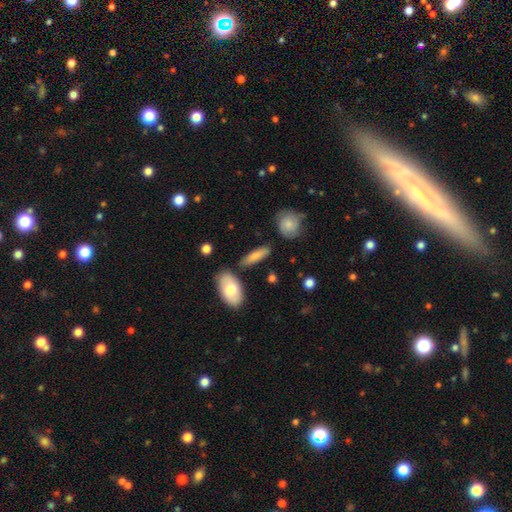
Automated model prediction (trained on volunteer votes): smooth-or-featured: smooth: 77% | featured or disk: 17% | star or artifact: 6%
  how-rounded: cigar-shaped: 52% | in between: 44% | round: 3%
  merging: none: 81% | minor disturbance: 11% | merger: 5% | major disturbance: 3%